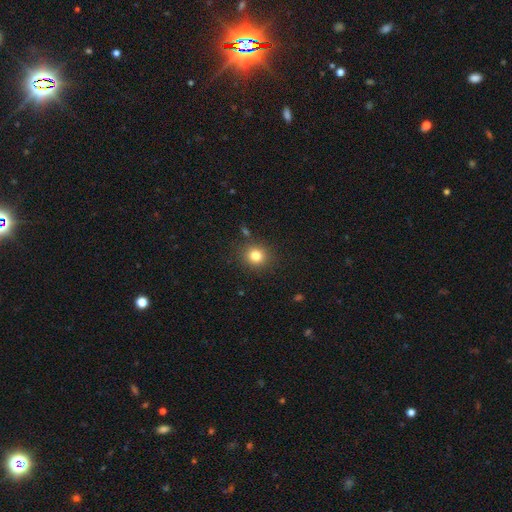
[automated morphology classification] type=smooth (81%); roundness=round (86%); merging=none (86%).